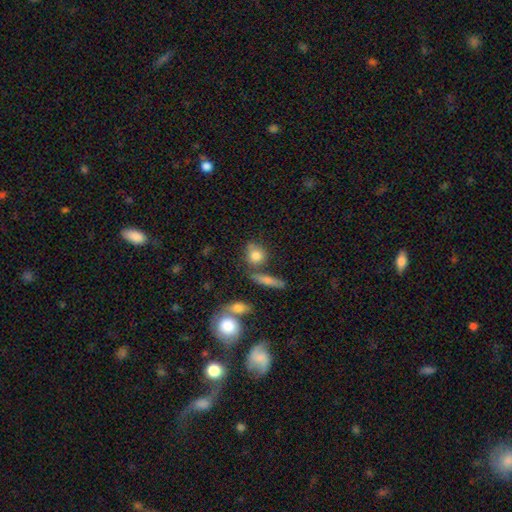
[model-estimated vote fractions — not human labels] smooth_or_featured: smooth (p=0.79) [alt: featured or disk p=0.12]
how_rounded: round (p=0.69) [alt: in between p=0.26]
merging: none (p=0.60) [alt: merger p=0.19]